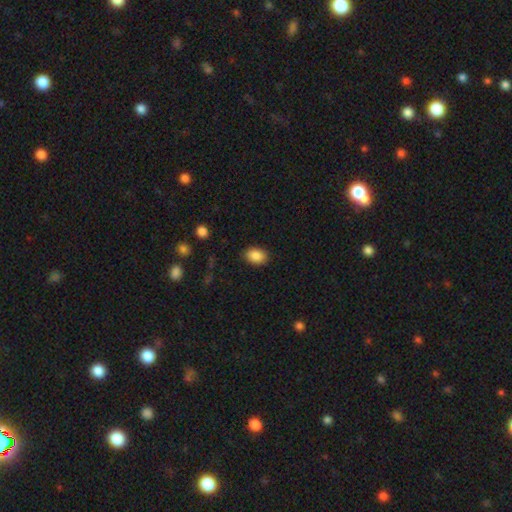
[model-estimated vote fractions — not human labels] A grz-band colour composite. It shows a smooth galaxy with no disk features (87%) that is in between round and cigar-shaped (80%). Merging: none (86%).